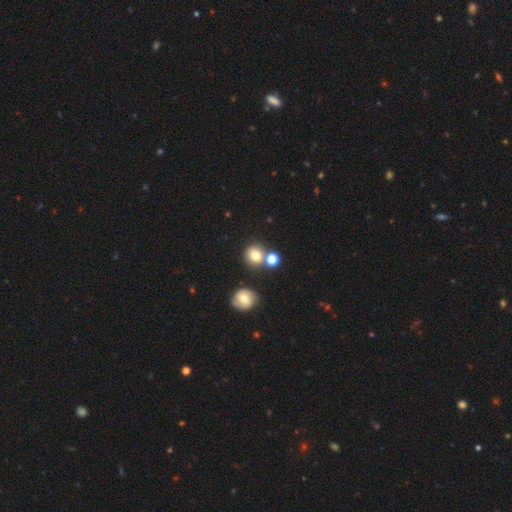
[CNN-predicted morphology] A smooth galaxy with no disk features (76%) that is round (86%). Merging: none (65%).